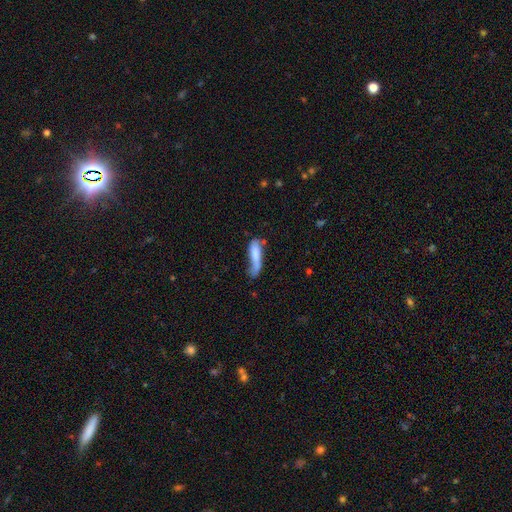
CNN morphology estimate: type=smooth (73%); roundness=cigar-shaped (68%); merging=none (34%).